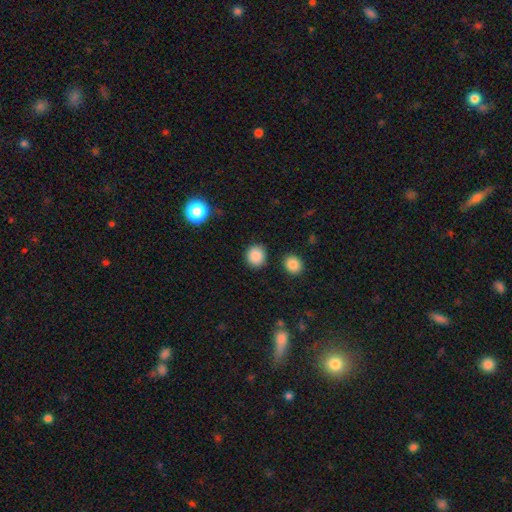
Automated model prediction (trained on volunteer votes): smooth-or-featured: smooth: 87% | star or artifact: 9% | featured or disk: 3%
  how-rounded: round: 84% | in between: 15% | cigar-shaped: 1%
  merging: none: 87% | minor disturbance: 8% | merger: 3% | major disturbance: 2%